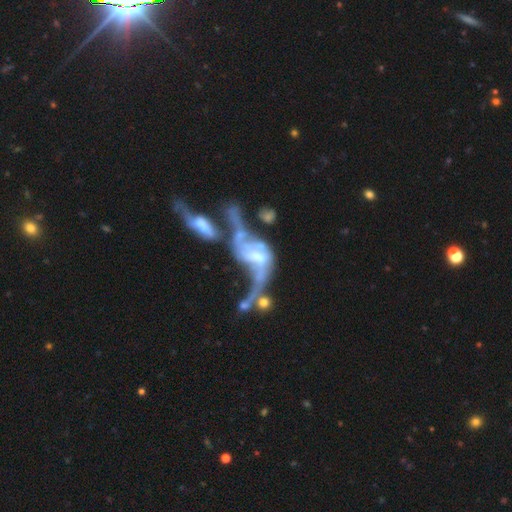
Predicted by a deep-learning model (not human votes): Morphology: type=featured or disk (74%); edge-on=no (95%); bar=no (44%); spiral arms=yes (70%); bulge=none (32%); merging=merger (56%).